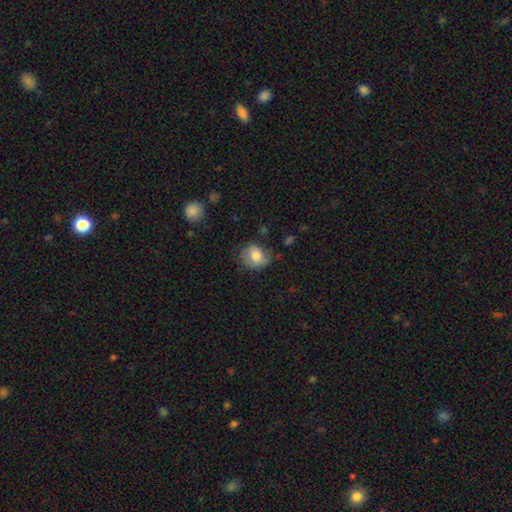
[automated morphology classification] This is likely a smooth galaxy (74%). How rounded: likely round (65%). Merging: likely none (64%).